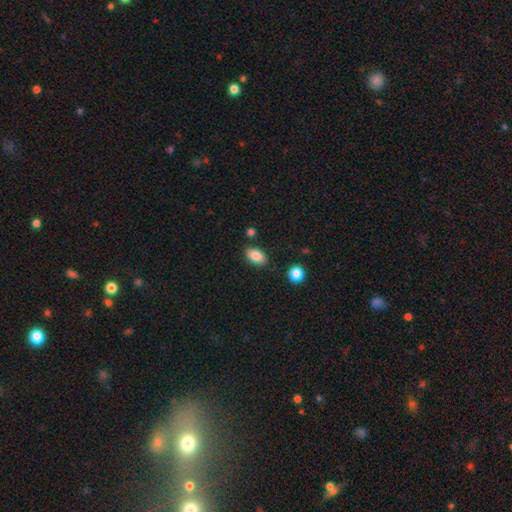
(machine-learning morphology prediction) smooth 85%, star or artifact 8%, featured or disk 6%. Down the decision tree: how rounded — in between (91%); merging — none (83%).